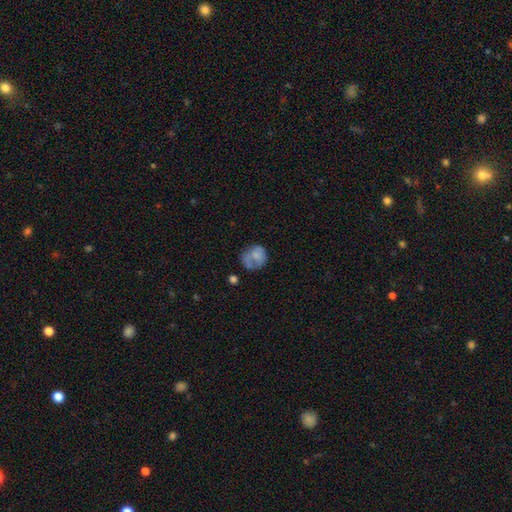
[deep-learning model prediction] This appears to be a smooth galaxy with no disk features (65%) that is round (71%). Merging: none (44%).